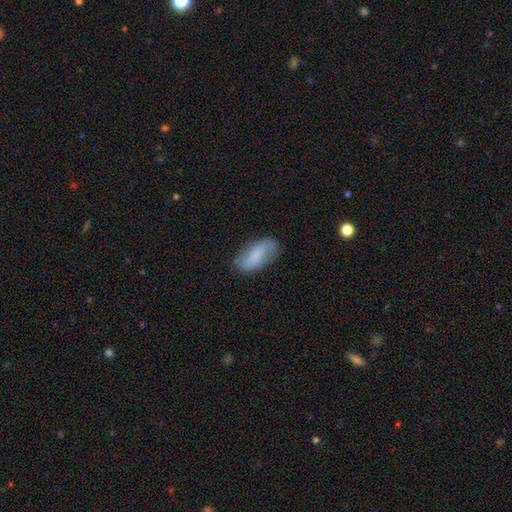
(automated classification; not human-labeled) Smooth or featured?
  - smooth: 70% *
  - featured or disk: 23%
  - star or artifact: 7%
How rounded?
  - in between: 89% *
  - cigar-shaped: 8%
  - round: 3%
Merging?
  - none: 77% *
  - minor disturbance: 18%
  - major disturbance: 4%
  - merger: 1%